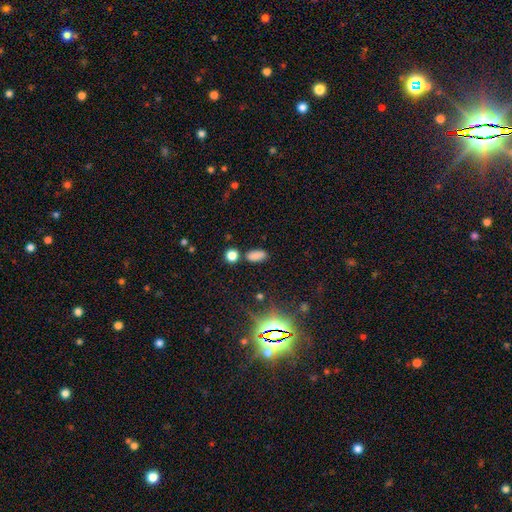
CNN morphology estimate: Overall: smooth (79%). How rounded: in between (83%). Merging: none (79%).